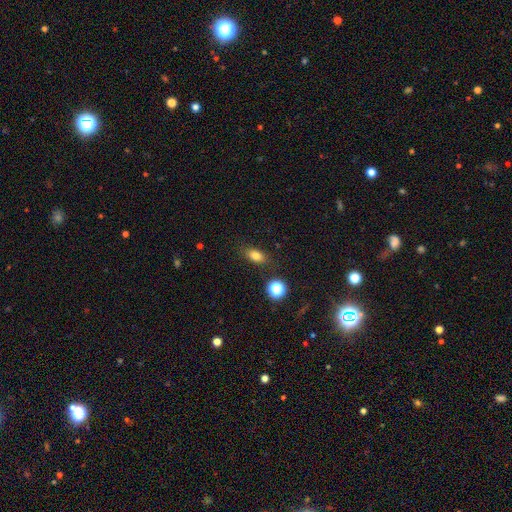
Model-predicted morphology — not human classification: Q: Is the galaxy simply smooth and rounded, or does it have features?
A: smooth — 78%.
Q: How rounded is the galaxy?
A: in between — 79%.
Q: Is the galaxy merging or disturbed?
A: none — 84%.